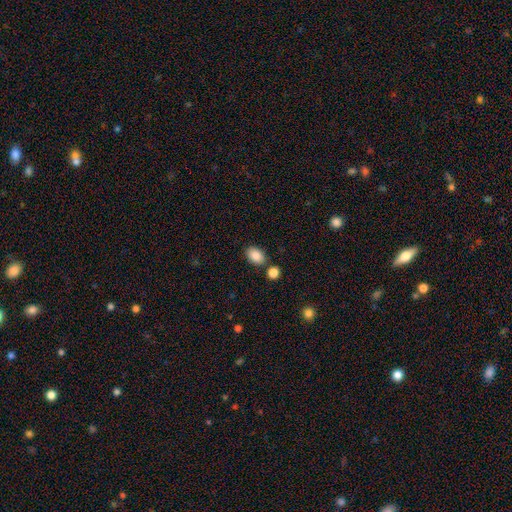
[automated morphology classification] The model was most divided on "how rounded": in between: 83%, round: 15%, cigar-shaped: 1%. More confident: smooth or featured — smooth (87%); merging — none (80%).